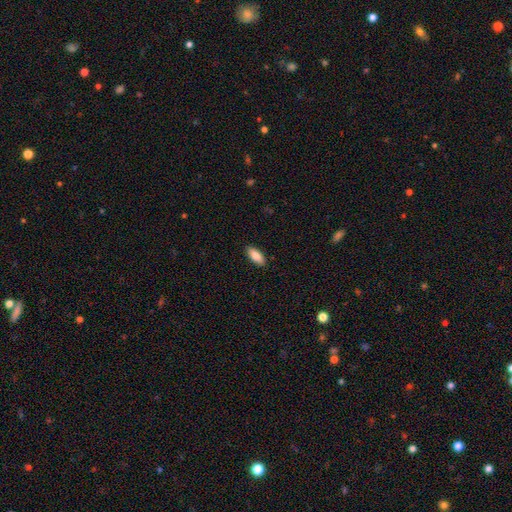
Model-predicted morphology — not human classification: Q: Smooth or featured?
A: smooth (85%); runner-up: featured or disk (9%)
Q: How rounded?
A: in between (81%); runner-up: cigar-shaped (17%)
Q: Merging?
A: none (89%); runner-up: minor disturbance (8%)